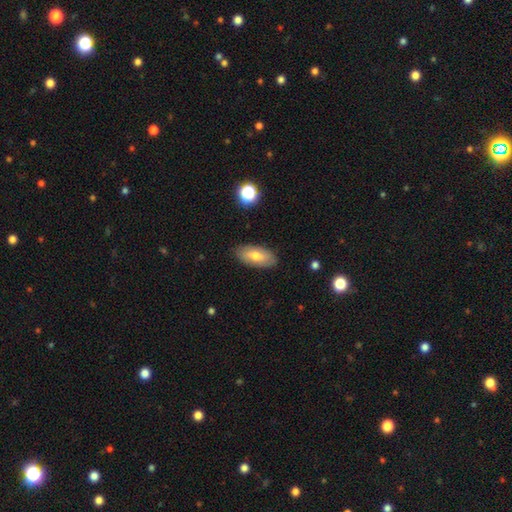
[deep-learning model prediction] Morphology: type=smooth (68%); roundness=in between (90%); merging=none (87%).